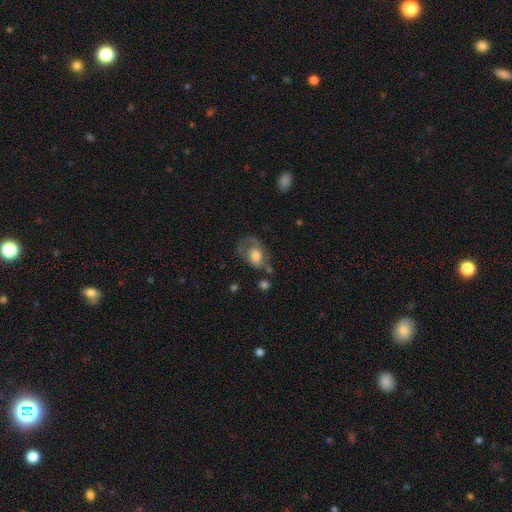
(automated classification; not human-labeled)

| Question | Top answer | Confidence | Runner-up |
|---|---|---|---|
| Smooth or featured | smooth | 50% | featured or disk (42%) |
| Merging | none | 37% | major disturbance (32%) |